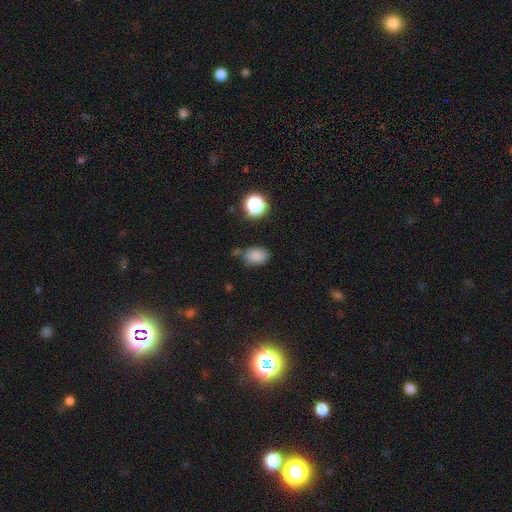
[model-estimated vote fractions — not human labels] This appears to be a smooth galaxy with no disk features (82%) that is in between round and cigar-shaped (78%). Merging: none (68%).